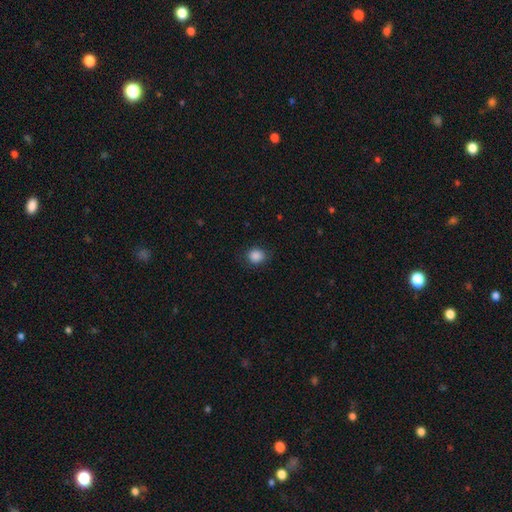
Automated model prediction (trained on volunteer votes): A smooth galaxy with no disk features (87%) that is round (80%). Merging: none (84%).